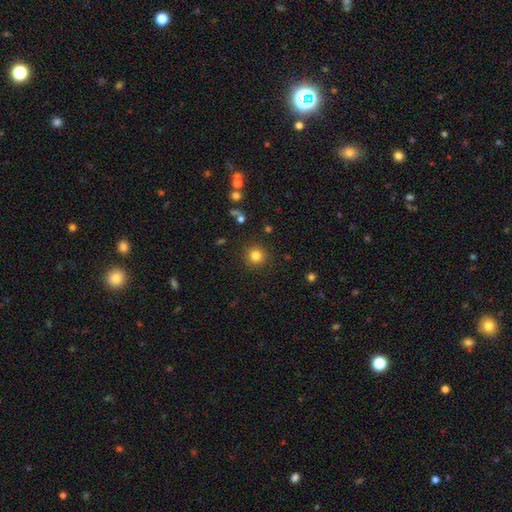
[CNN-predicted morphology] This is clearly a smooth galaxy (82%). How rounded: clearly round (94%). Merging: clearly none (90%).